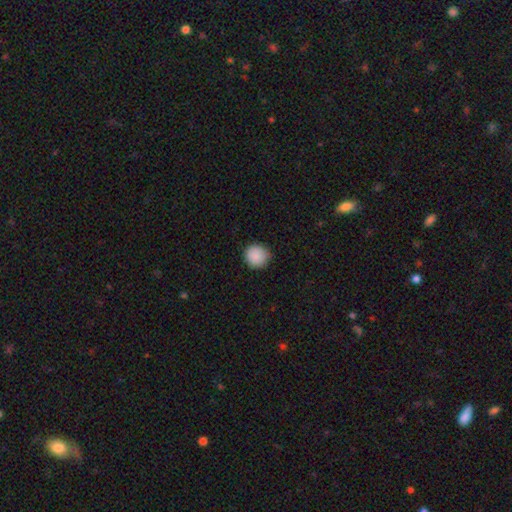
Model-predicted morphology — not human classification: smooth-or-featured: smooth: 89% | star or artifact: 8% | featured or disk: 3%
  how-rounded: round: 92% | in between: 7% | cigar-shaped: 1%
  merging: none: 89% | minor disturbance: 8% | major disturbance: 2% | merger: 1%